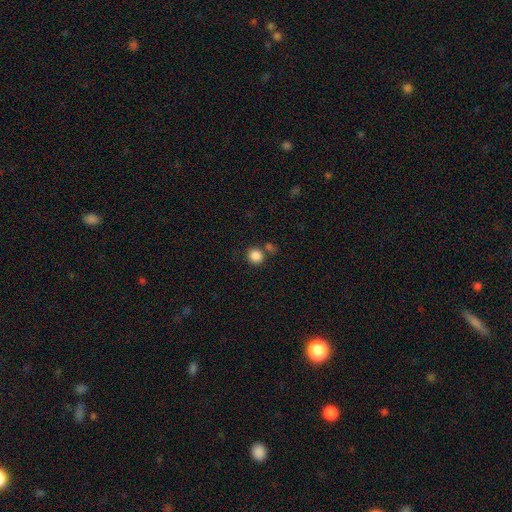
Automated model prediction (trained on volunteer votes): smooth 86%, star or artifact 10%, featured or disk 4%. Down the decision tree: how rounded — round (86%); merging — none (70%).